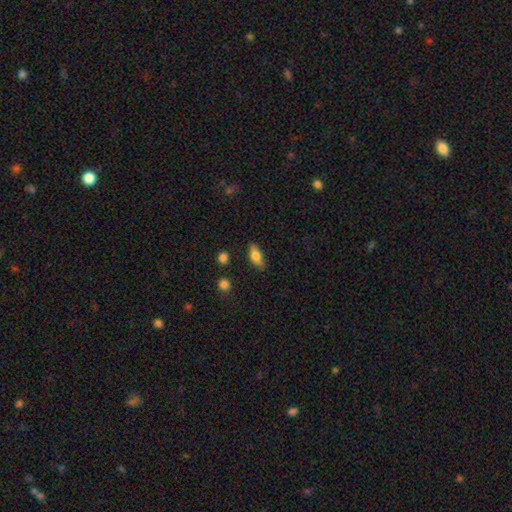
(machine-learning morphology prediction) This is likely a smooth galaxy (75%). How rounded: likely in between (78%). Merging: clearly none (83%).